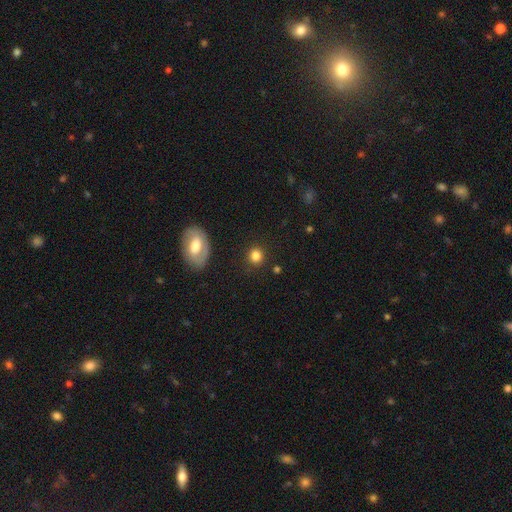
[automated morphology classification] This appears to be a smooth galaxy with no disk features (82%) that is round (88%). Merging: none (88%).